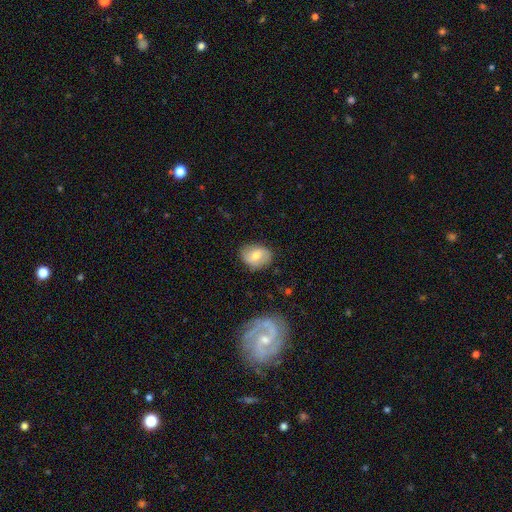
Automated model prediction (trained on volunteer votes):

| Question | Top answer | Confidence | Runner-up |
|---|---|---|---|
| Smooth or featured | smooth | 64% | featured or disk (28%) |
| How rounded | in between | 61% | round (38%) |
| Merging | none | 76% | minor disturbance (18%) |